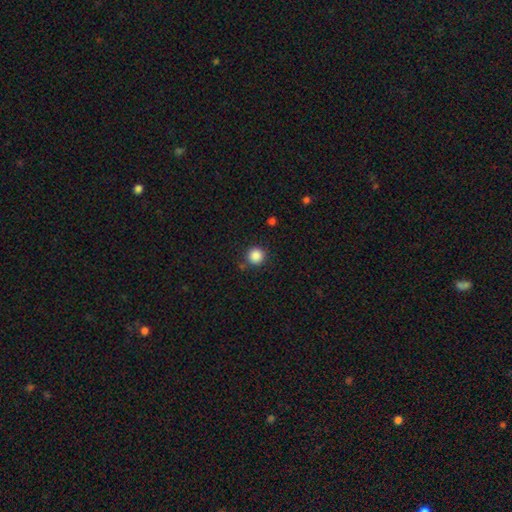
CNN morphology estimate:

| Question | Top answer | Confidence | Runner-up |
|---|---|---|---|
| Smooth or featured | smooth | 87% | star or artifact (10%) |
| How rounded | round | 95% | in between (4%) |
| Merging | none | 86% | minor disturbance (8%) |